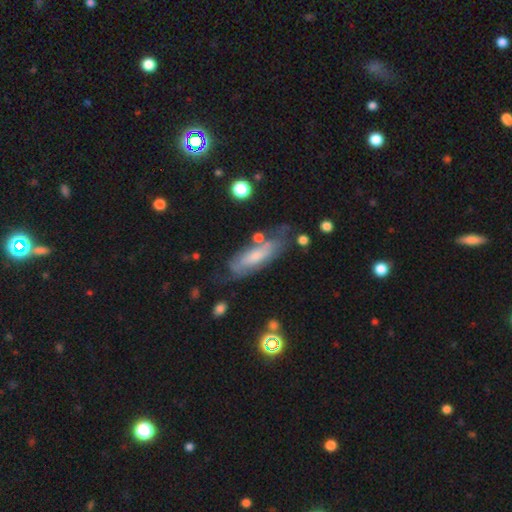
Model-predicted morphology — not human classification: smooth_or_featured: featured or disk (p=0.51) [alt: smooth p=0.41]
disk_edge_on: no (p=0.69) [alt: yes p=0.31]
merging: none (p=0.55) [alt: minor disturbance p=0.25]